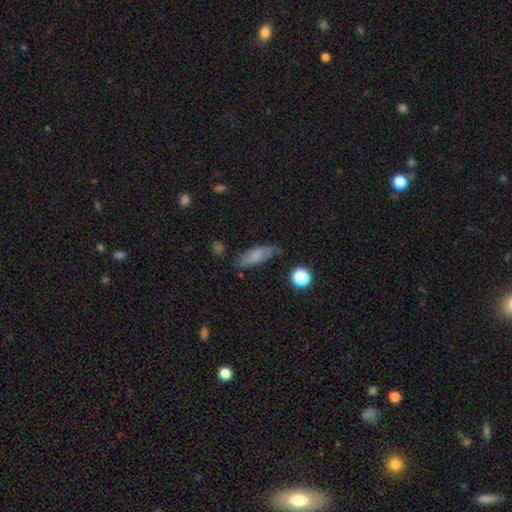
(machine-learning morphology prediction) Q: Smooth or featured?
A: smooth (75%); runner-up: featured or disk (16%)
Q: How rounded?
A: in between (58%); runner-up: cigar-shaped (38%)
Q: Merging?
A: none (74%); runner-up: minor disturbance (19%)